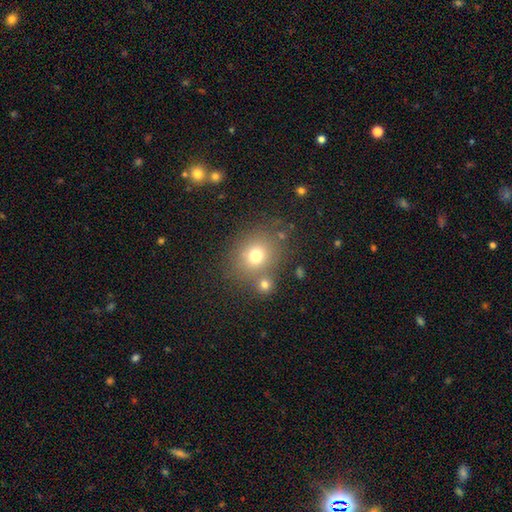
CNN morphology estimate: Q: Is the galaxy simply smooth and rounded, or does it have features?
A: smooth — 72%.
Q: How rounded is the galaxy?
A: round — 73%.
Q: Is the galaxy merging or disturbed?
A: none — 67%.